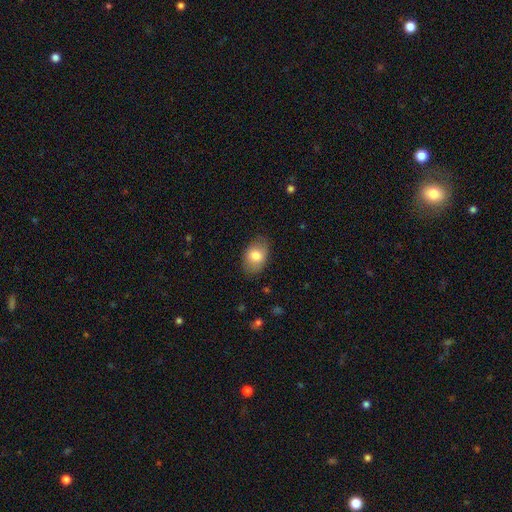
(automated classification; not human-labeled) Overall: smooth (79%). How rounded: in between (84%). Merging: none (80%).